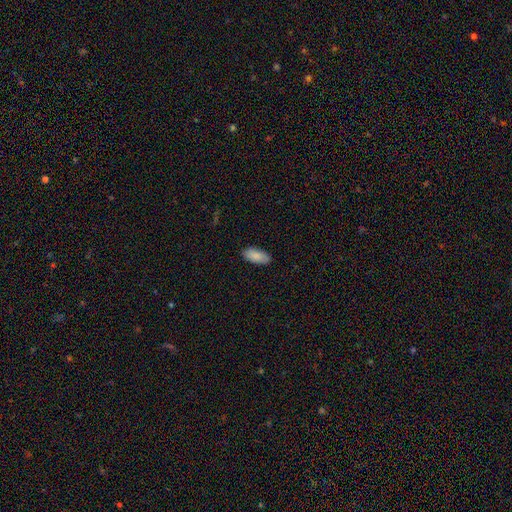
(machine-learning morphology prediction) smooth-or-featured: smooth: 88% | star or artifact: 6% | featured or disk: 6%
  how-rounded: in between: 88% | cigar-shaped: 10% | round: 2%
  merging: none: 87% | minor disturbance: 10% | major disturbance: 2% | merger: 1%